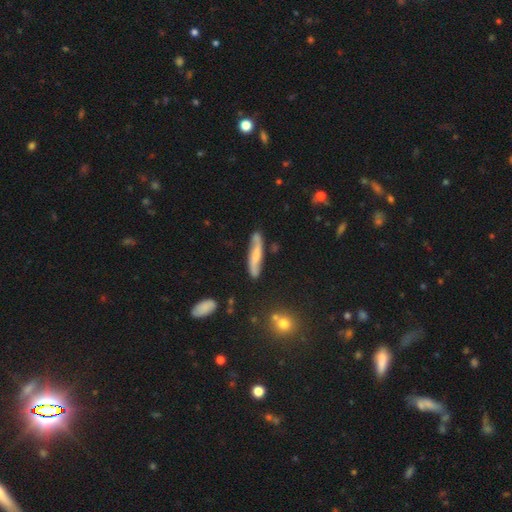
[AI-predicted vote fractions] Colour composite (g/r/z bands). It shows a featured or disk galaxy (57%). Merging: none (76%).